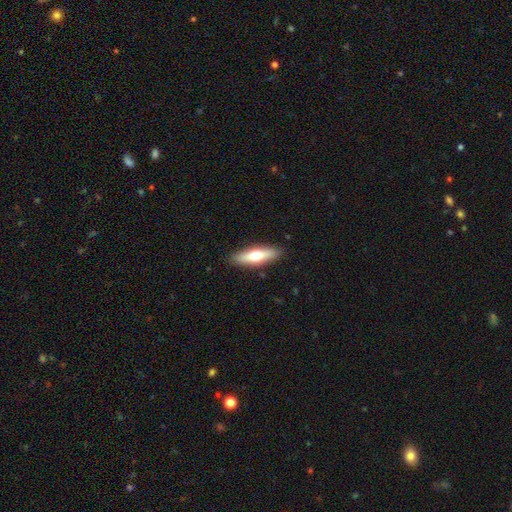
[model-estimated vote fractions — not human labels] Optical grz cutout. It shows a smooth galaxy with no disk features (57%) that is cigar-shaped (60%). Merging: none (88%).